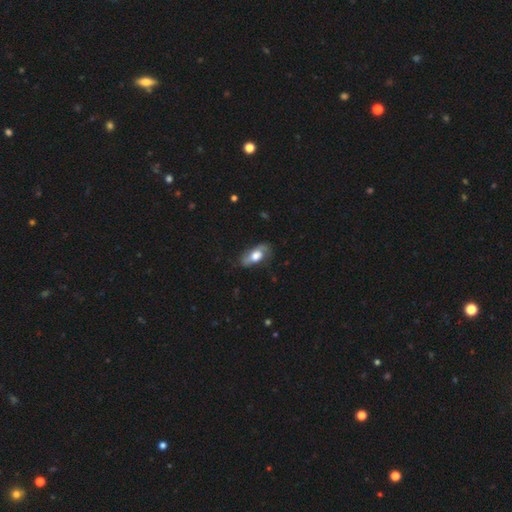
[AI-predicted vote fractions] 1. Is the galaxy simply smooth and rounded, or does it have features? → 47% smooth, 46% featured or disk, 7% star or artifact.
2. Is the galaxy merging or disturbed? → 55% none, 27% minor disturbance, 16% major disturbance, 2% merger.